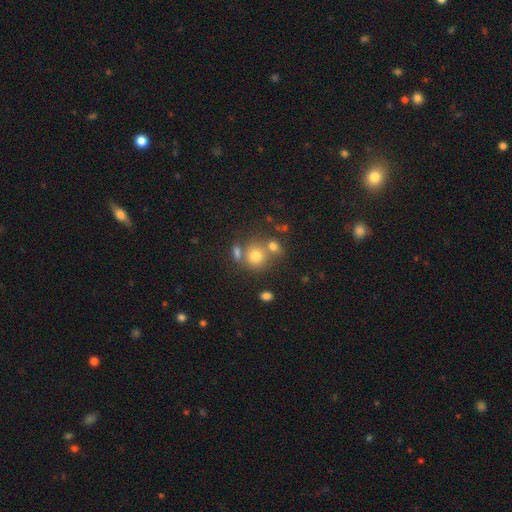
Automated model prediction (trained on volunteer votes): This is likely a smooth galaxy (72%). How rounded: clearly round (81%). Merging: possibly none (55%).